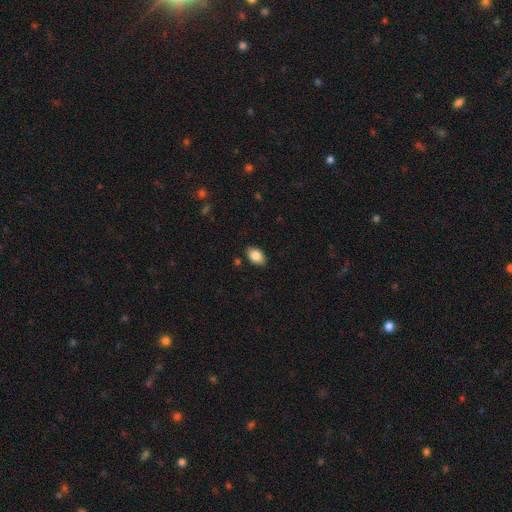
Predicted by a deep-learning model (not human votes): Smooth or featured?
  - smooth: 86% *
  - star or artifact: 7%
  - featured or disk: 7%
How rounded?
  - in between: 90% *
  - round: 9%
  - cigar-shaped: 1%
Merging?
  - none: 87% *
  - minor disturbance: 10%
  - major disturbance: 2%
  - merger: 1%